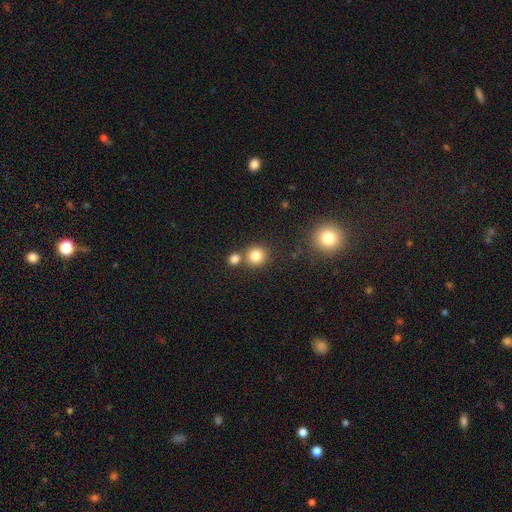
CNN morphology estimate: smooth 82%, star or artifact 12%, featured or disk 6%. Down the decision tree: how rounded — round (90%); merging — none (69%).